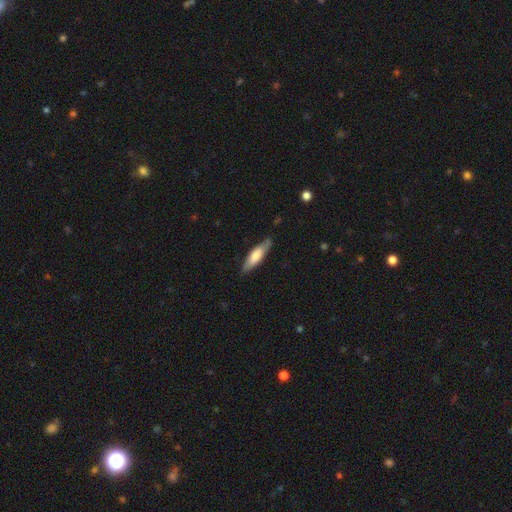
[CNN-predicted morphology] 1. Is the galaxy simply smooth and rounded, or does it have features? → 64% smooth, 31% featured or disk, 5% star or artifact.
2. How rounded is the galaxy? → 65% cigar-shaped, 33% in between, 1% round.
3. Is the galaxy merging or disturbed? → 80% none, 16% minor disturbance, 3% major disturbance, 1% merger.